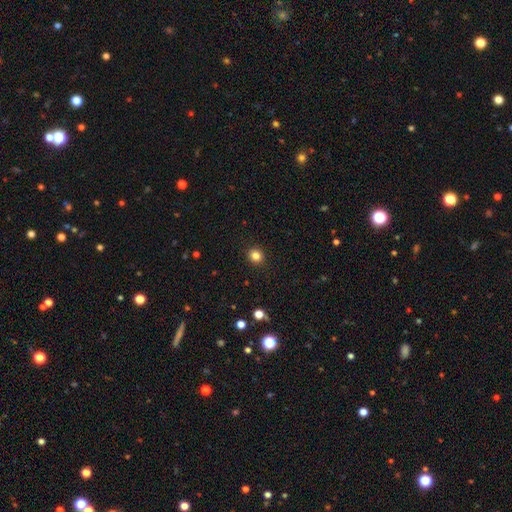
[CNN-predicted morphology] type=smooth (83%); roundness=round (88%); merging=none (92%).